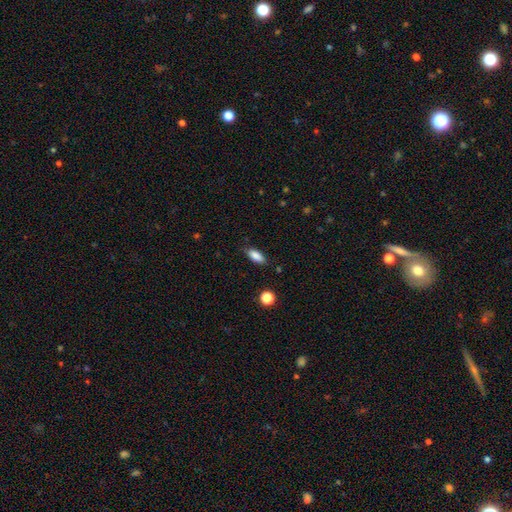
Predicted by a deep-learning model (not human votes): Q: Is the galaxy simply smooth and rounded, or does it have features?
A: smooth — 85%.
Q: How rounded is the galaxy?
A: in between — 77%.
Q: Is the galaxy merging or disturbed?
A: none — 82%.